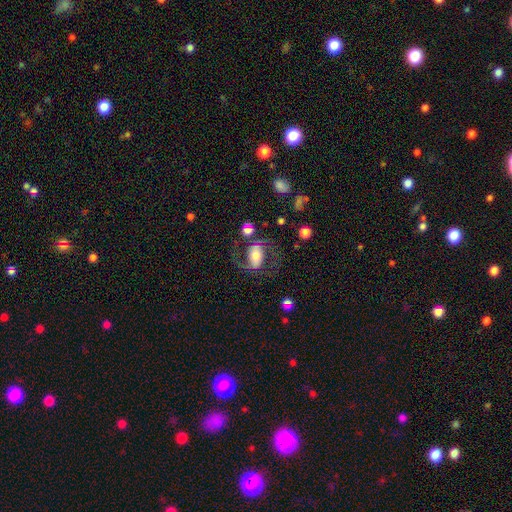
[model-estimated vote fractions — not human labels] featured or disk 74%, smooth 18%, star or artifact 8%. Down the decision tree: edge-on disk — no (96%); bar — weak (38%); spiral arms — yes (91%); spiral arm count — 2 (90%); spiral winding — medium (52%); bulge size — moderate (53%); merging — none (65%).